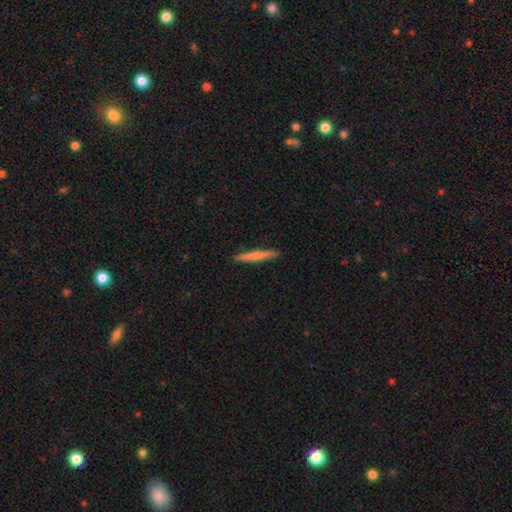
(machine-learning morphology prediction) Smooth or featured?
  - smooth: 60% *
  - featured or disk: 34%
  - star or artifact: 6%
How rounded?
  - cigar-shaped: 95% *
  - in between: 3%
  - round: 1%
Merging?
  - none: 91% *
  - minor disturbance: 6%
  - major disturbance: 1%
  - merger: 1%